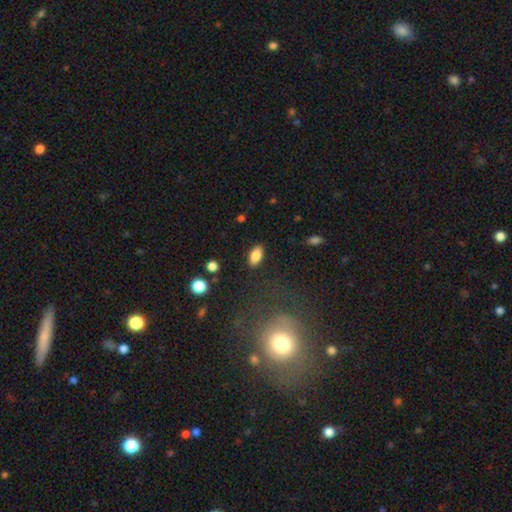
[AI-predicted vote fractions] The model was most divided on "smooth or featured": smooth: 85%, star or artifact: 8%, featured or disk: 7%. More confident: how rounded — in between (92%); merging — none (87%).